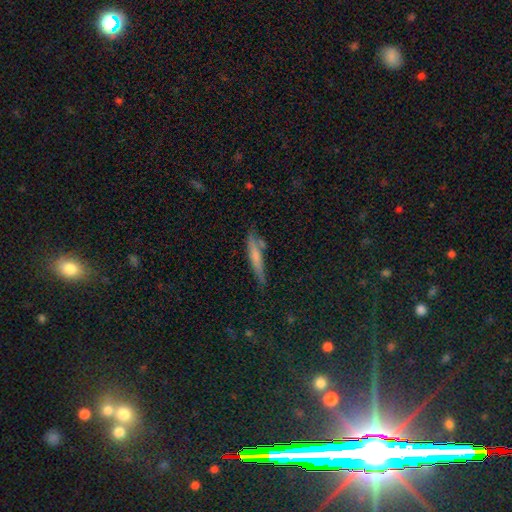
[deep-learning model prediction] Smooth or featured: smooth — 56% (featured or disk — 35%)
How rounded: cigar-shaped — 90% (in between — 8%)
Merging: none — 72% (minor disturbance — 17%)